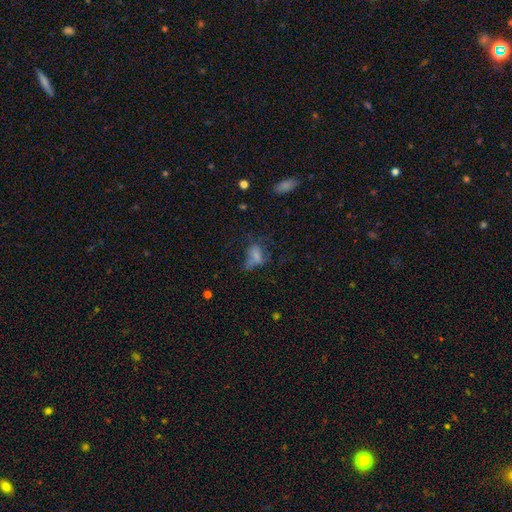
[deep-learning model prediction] smooth-or-featured: smooth: 57% | featured or disk: 26% | star or artifact: 18%
  how-rounded: in between: 79% | round: 15% | cigar-shaped: 6%
  merging: major disturbance: 40% | none: 29% | minor disturbance: 22% | merger: 9%